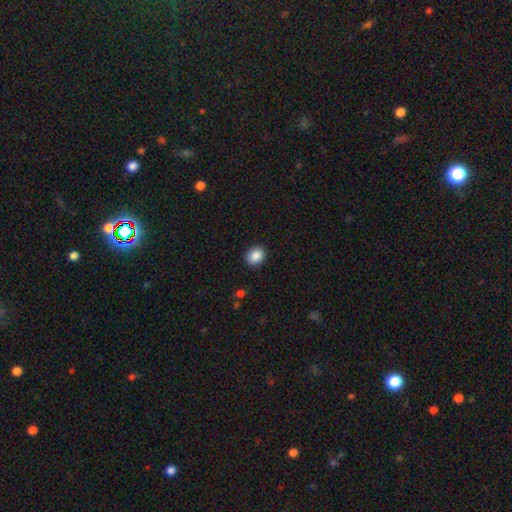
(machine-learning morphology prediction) Smooth or featured? Predicted: smooth (p=0.88). How rounded? Predicted: round (p=0.60). Merging? Predicted: none (p=0.89).